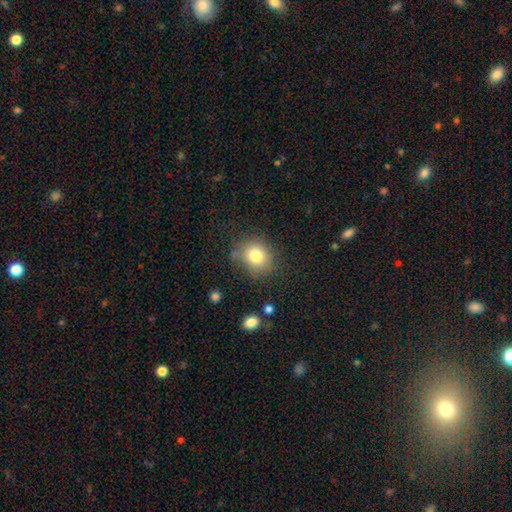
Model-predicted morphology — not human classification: smooth-or-featured: smooth: 78% | star or artifact: 12% | featured or disk: 10%
  how-rounded: round: 72% | in between: 27% | cigar-shaped: 1%
  merging: none: 73% | minor disturbance: 18% | major disturbance: 6% | merger: 3%